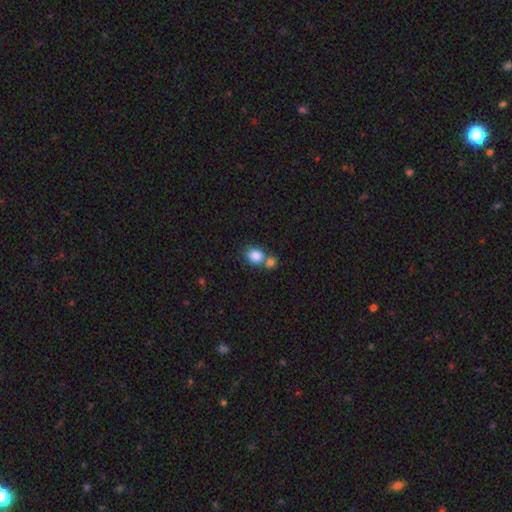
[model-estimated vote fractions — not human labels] Smooth or featured? Predicted: smooth (p=0.85). How rounded? Predicted: round (p=0.62). Merging? Predicted: merger (p=0.44).